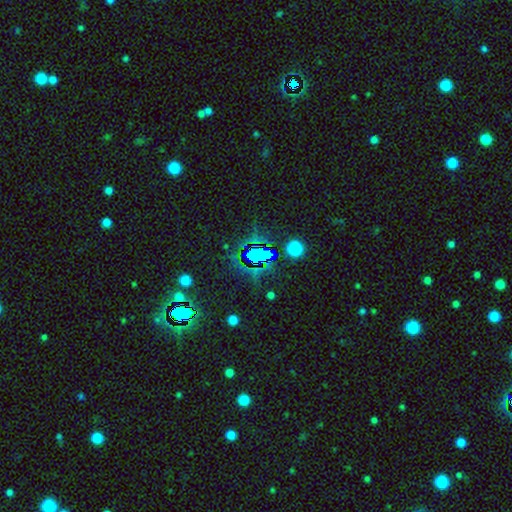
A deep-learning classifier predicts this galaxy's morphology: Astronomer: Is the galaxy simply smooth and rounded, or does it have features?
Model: star or artifact — 71%.